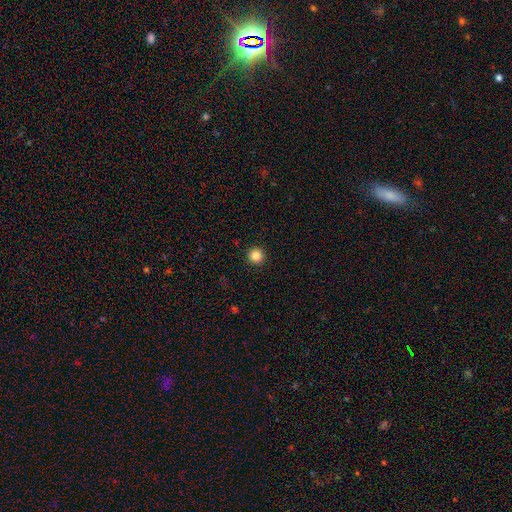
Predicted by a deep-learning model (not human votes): A smooth galaxy with no disk features (85%) that is round (97%). Merging: none (93%).